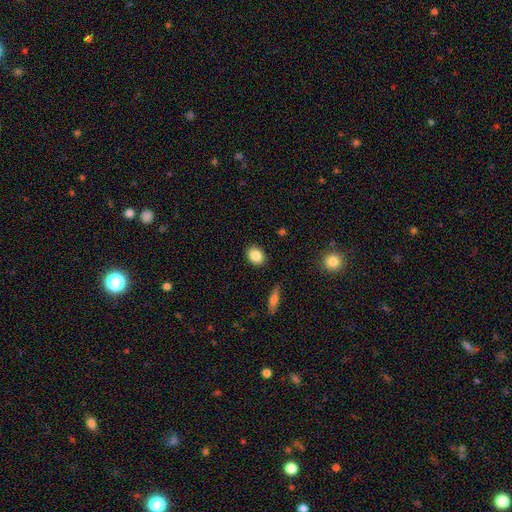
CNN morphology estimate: smooth_or_featured: smooth (p=0.87) [alt: star or artifact p=0.08]
how_rounded: in between (p=0.55) [alt: round p=0.43]
merging: none (p=0.89) [alt: minor disturbance p=0.08]